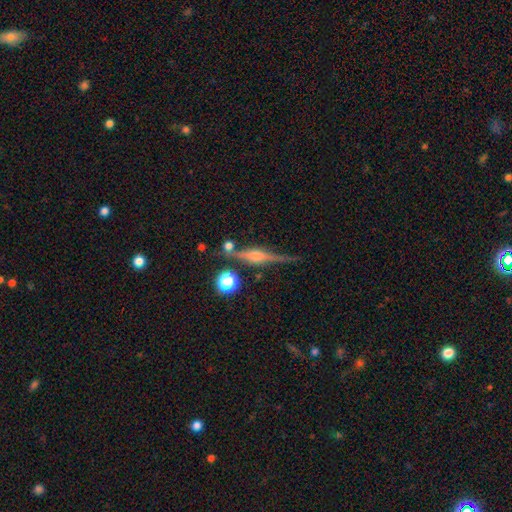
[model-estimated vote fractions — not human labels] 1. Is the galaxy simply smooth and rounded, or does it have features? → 82% featured or disk, 10% smooth, 8% star or artifact.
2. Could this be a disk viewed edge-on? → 97% yes, 3% no.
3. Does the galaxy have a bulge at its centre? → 84% rounded, 12% boxy, 4% none.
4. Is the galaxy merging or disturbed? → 81% none, 11% minor disturbance, 5% merger, 3% major disturbance.